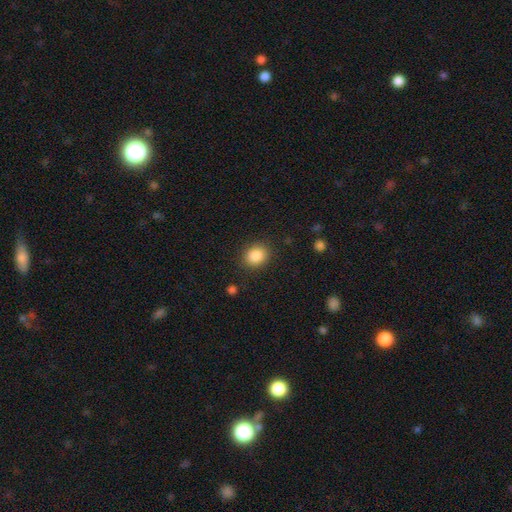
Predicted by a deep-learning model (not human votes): Smooth or featured?
  - smooth: 87% *
  - star or artifact: 9%
  - featured or disk: 4%
How rounded?
  - round: 68% *
  - in between: 31%
  - cigar-shaped: 1%
Merging?
  - none: 87% *
  - minor disturbance: 9%
  - major disturbance: 3%
  - merger: 1%